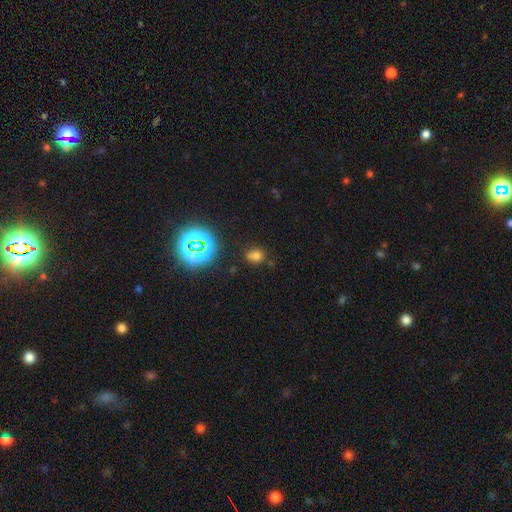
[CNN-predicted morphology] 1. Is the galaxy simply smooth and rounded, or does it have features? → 62% smooth, 30% star or artifact, 8% featured or disk.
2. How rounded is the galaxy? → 64% round, 34% in between, 1% cigar-shaped.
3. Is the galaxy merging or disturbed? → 72% none, 16% minor disturbance, 7% merger, 5% major disturbance.